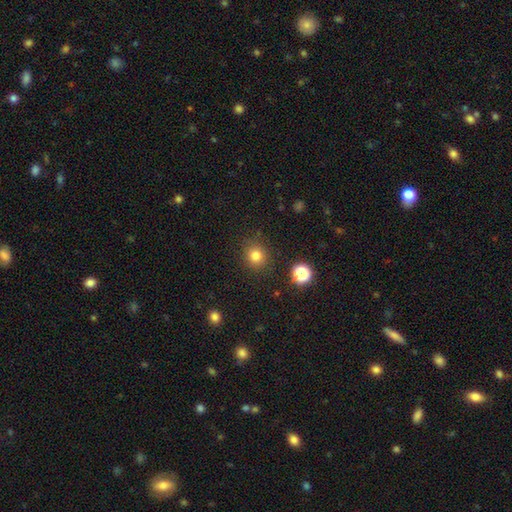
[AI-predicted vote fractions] Q: Smooth or featured?
A: smooth (80%); runner-up: star or artifact (14%)
Q: How rounded?
A: round (86%); runner-up: in between (13%)
Q: Merging?
A: none (87%); runner-up: minor disturbance (8%)